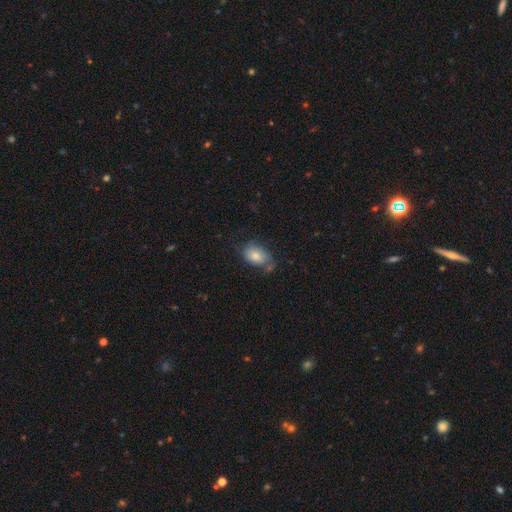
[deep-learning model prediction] smooth-or-featured: smooth: 75% | featured or disk: 17% | star or artifact: 8%
  how-rounded: in between: 82% | round: 16% | cigar-shaped: 1%
  merging: none: 52% | minor disturbance: 29% | major disturbance: 12% | merger: 7%